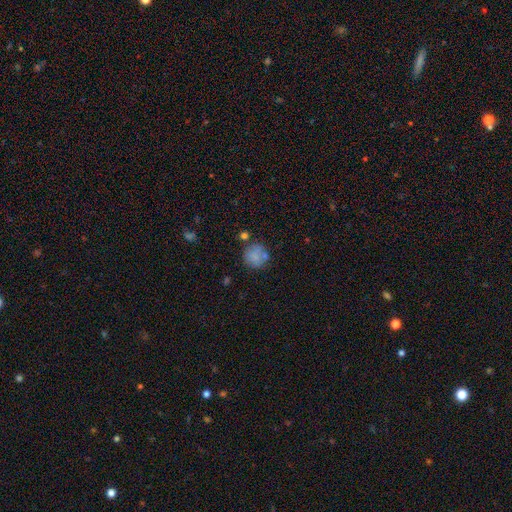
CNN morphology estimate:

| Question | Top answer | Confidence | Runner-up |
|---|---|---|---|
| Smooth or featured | smooth | 72% | featured or disk (18%) |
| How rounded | round | 88% | in between (11%) |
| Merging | none | 62% | minor disturbance (18%) |